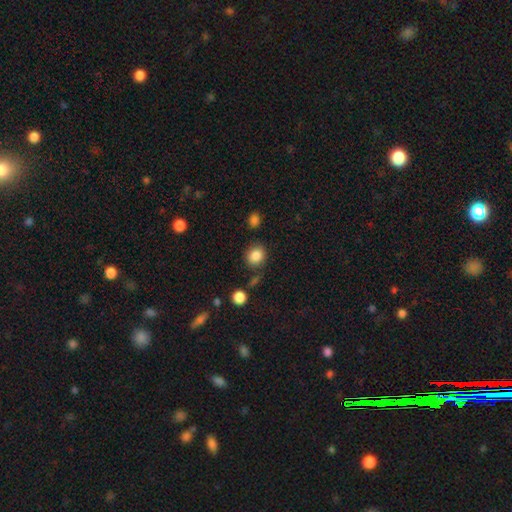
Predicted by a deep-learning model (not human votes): This appears to be a smooth galaxy with no disk features (86%) that is round (69%). Merging: none (79%).